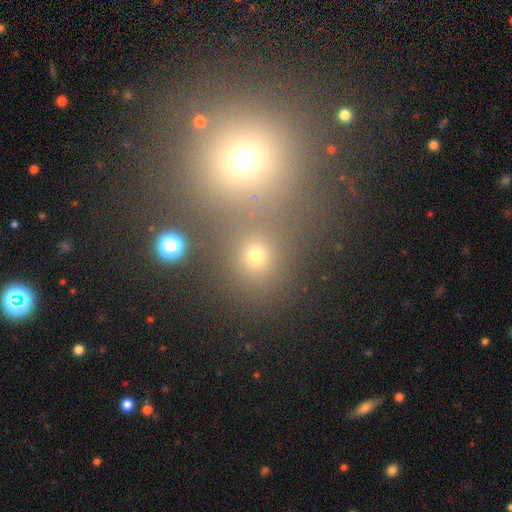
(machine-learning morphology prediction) smooth 61%, star or artifact 29%, featured or disk 10%. Down the decision tree: how rounded — round (87%); merging — none (61%).